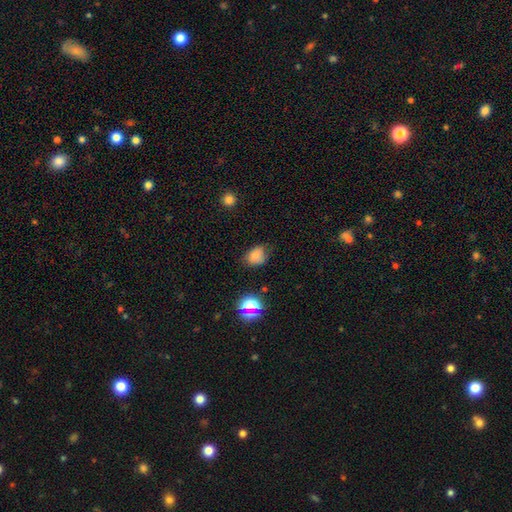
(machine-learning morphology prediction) type=smooth (74%); roundness=in between (58%); merging=none (64%).